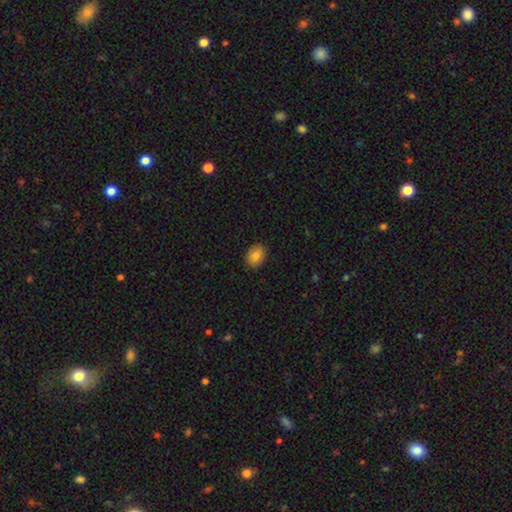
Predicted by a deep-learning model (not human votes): A smooth galaxy with no disk features (83%) that is in between round and cigar-shaped (57%).

Vote fractions:
- Smooth or featured? smooth: 83% / featured or disk: 9% / star or artifact: 8%
- How rounded? in between: 57% / round: 42% / cigar-shaped: 1%
- Merging? none: 88% / minor disturbance: 9% / major disturbance: 2% / merger: 1%